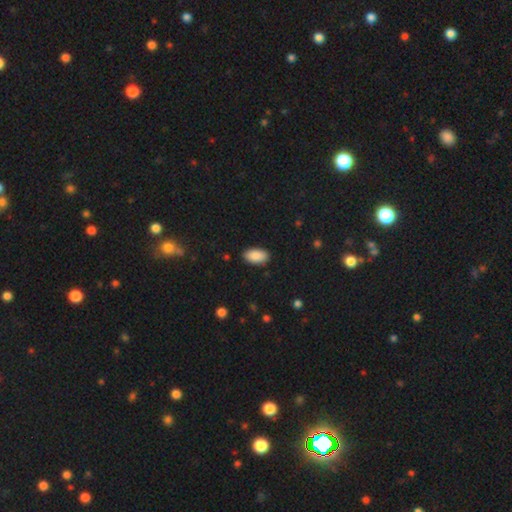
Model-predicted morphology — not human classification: Smooth or featured?
  - smooth: 89% *
  - star or artifact: 7%
  - featured or disk: 4%
How rounded?
  - in between: 95% *
  - round: 3%
  - cigar-shaped: 2%
Merging?
  - none: 88% *
  - minor disturbance: 9%
  - major disturbance: 2%
  - merger: 1%